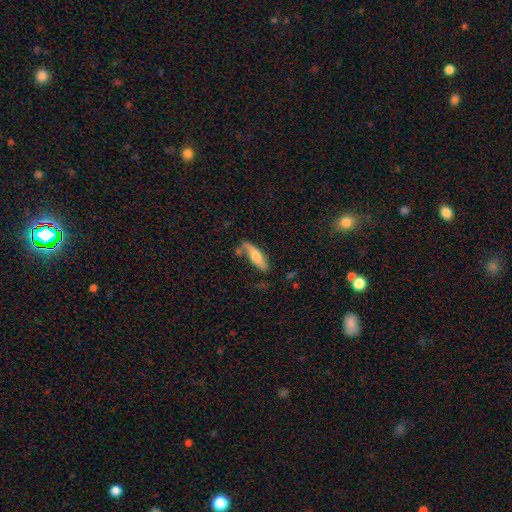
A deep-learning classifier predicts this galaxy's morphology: type=smooth (59%); roundness=cigar-shaped (59%); merging=none (59%).